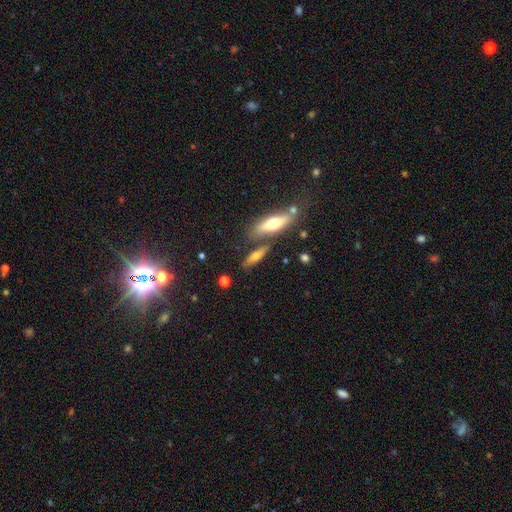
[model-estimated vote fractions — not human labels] Morphology: type=smooth (55%); roundness=cigar-shaped (57%); merging=none (66%).